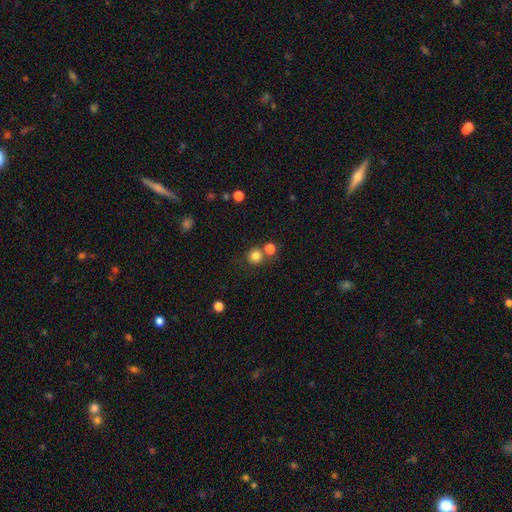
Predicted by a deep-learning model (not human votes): Q: Smooth or featured?
A: smooth (81%); runner-up: star or artifact (13%)
Q: How rounded?
A: round (89%); runner-up: in between (10%)
Q: Merging?
A: none (67%); runner-up: merger (21%)